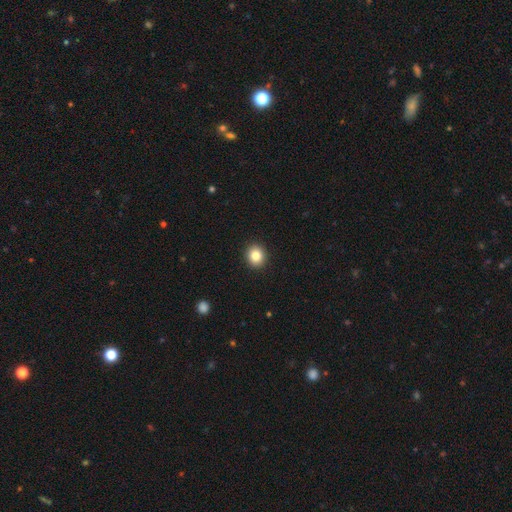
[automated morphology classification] Smooth or featured? Predicted: smooth (p=0.84). How rounded? Predicted: round (p=0.84). Merging? Predicted: none (p=0.93).